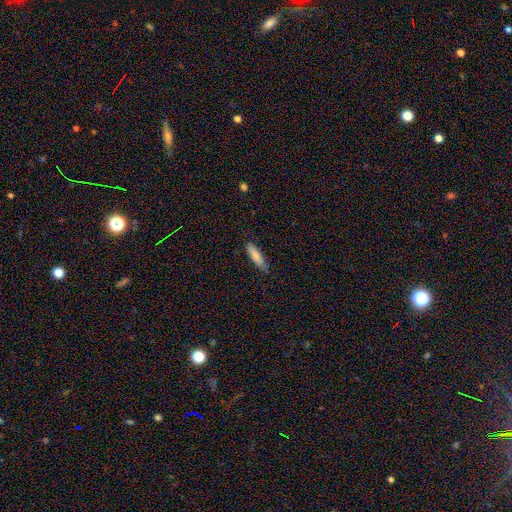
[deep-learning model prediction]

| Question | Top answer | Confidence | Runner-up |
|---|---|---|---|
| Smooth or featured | smooth | 80% | featured or disk (14%) |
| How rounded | cigar-shaped | 70% | in between (28%) |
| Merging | none | 82% | minor disturbance (15%) |